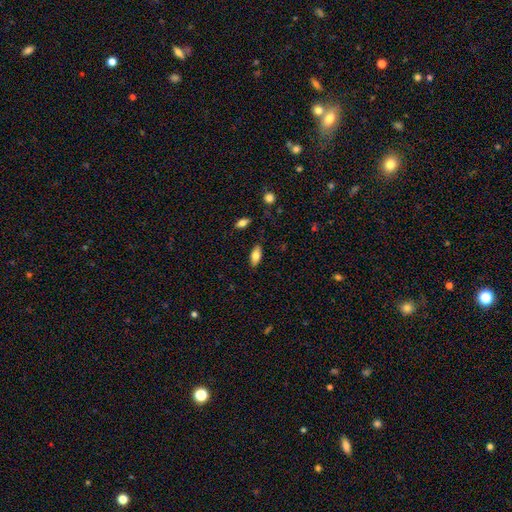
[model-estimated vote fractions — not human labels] A smooth galaxy with no disk features (78%) that is in between round and cigar-shaped (87%). Merging: none (85%).